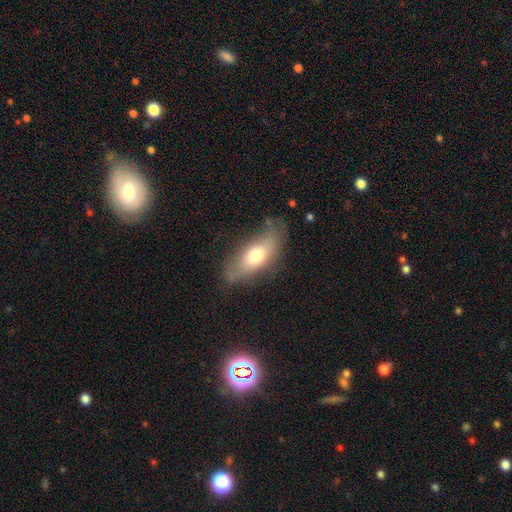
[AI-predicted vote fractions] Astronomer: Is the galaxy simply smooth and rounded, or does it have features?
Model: smooth — 65%.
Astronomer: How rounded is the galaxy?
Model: in between — 79%.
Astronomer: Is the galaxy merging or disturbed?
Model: none — 69%.